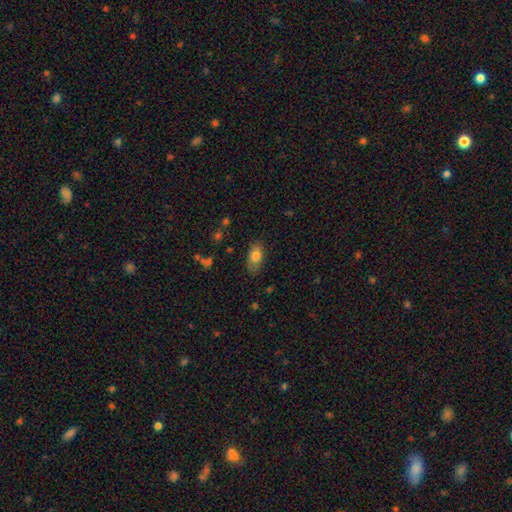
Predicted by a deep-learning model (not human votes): Overall: smooth (80%). How rounded: in between (89%). Merging: none (78%).